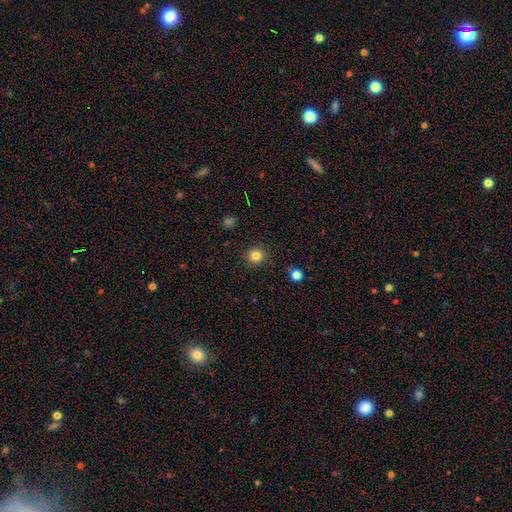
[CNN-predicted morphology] This is clearly a smooth galaxy (83%). How rounded: clearly round (89%). Merging: clearly none (90%).